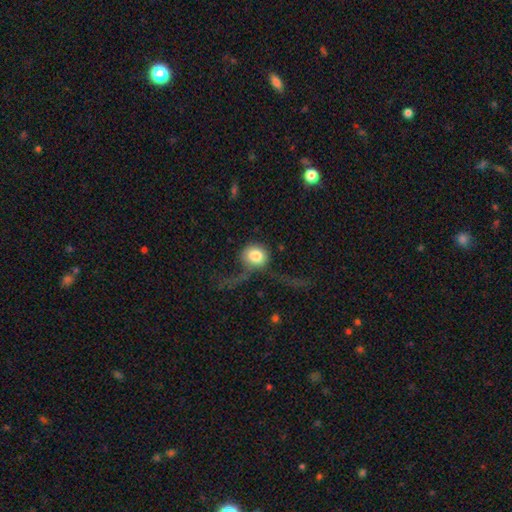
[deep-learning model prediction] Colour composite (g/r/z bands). It shows a smooth galaxy with no disk features (72%) that is round (83%). Merging: major disturbance (49%).